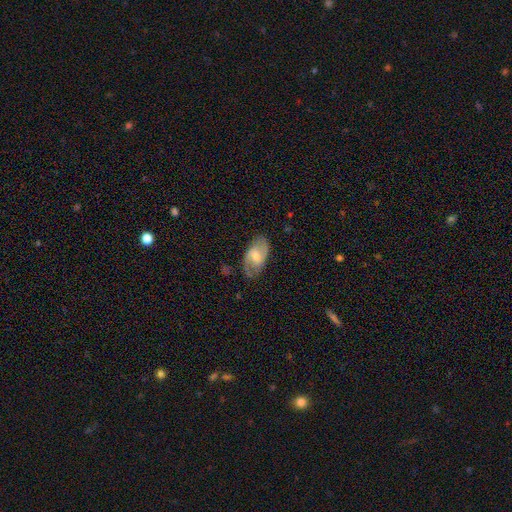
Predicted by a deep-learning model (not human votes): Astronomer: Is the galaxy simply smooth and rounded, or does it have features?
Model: featured or disk — 74%.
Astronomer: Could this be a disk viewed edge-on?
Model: no — 95%.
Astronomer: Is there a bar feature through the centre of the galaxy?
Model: weak — 52% (runner-up: no, 33%).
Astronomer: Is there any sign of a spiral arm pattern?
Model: yes — 91%.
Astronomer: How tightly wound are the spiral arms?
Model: medium — 50% (runner-up: tight, 27%).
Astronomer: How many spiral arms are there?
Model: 2 — 87%.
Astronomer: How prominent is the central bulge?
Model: moderate — 55% (runner-up: small, 38%).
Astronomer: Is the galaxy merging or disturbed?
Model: none — 79%.